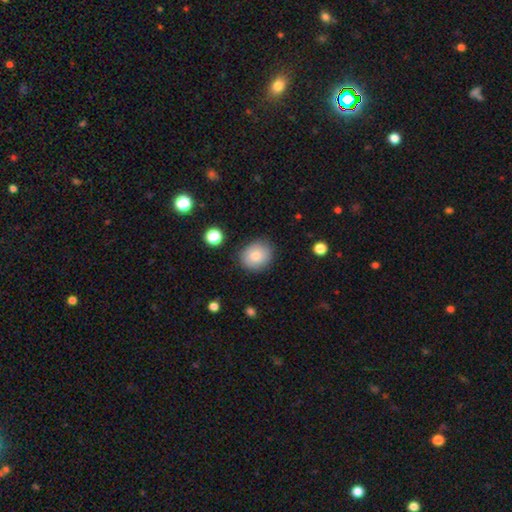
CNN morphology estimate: A smooth galaxy with no disk features (80%) that is round (74%). Merging: none (82%).